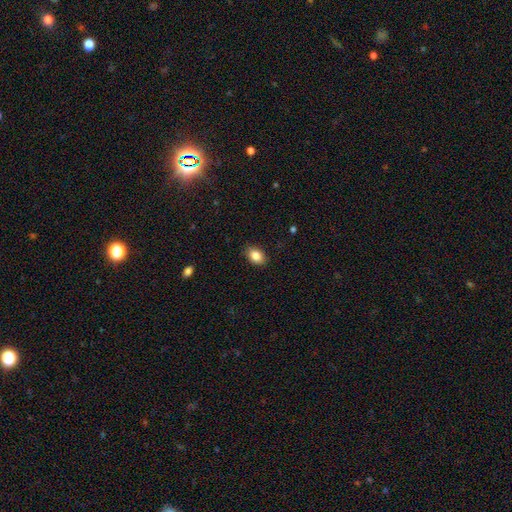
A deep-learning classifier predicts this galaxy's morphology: The model was most divided on "how rounded": in between: 83%, round: 16%, cigar-shaped: 1%. More confident: merging — none (88%); smooth or featured — smooth (86%).